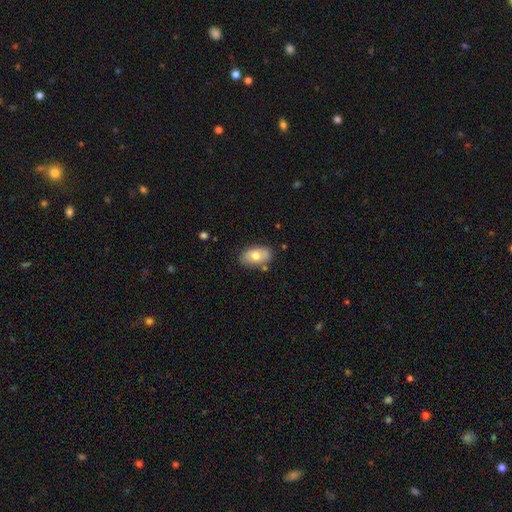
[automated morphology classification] smooth 69%, featured or disk 24%, star or artifact 7%. Down the decision tree: how rounded — in between (91%); merging — none (78%).